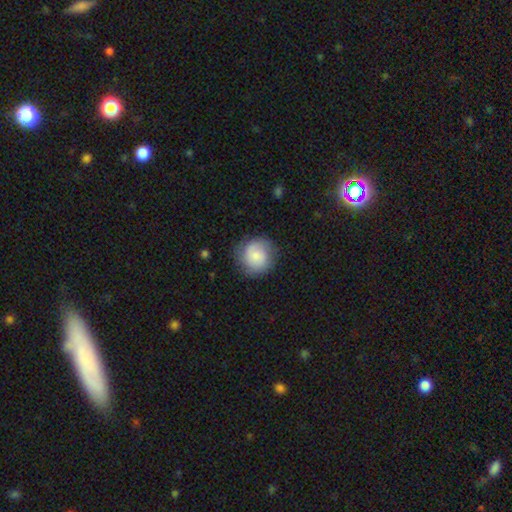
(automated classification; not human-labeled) Smooth or featured: smooth — 75% (featured or disk — 18%)
How rounded: round — 91% (in between — 8%)
Merging: none — 79% (minor disturbance — 15%)